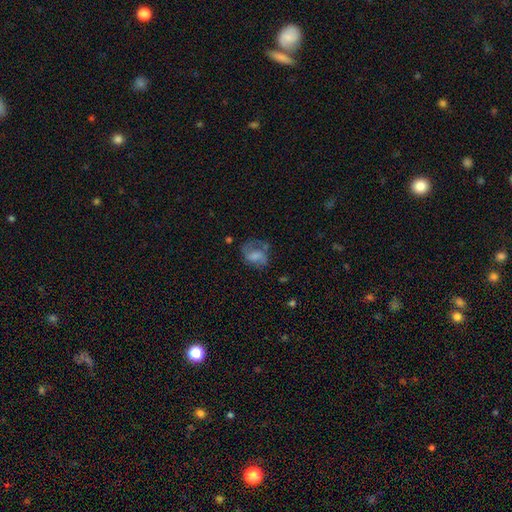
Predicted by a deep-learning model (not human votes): A featured or disk galaxy (53%) with no bar (46%), spiral arms (76%) and no central bulge (41%). Merging: none (44%).